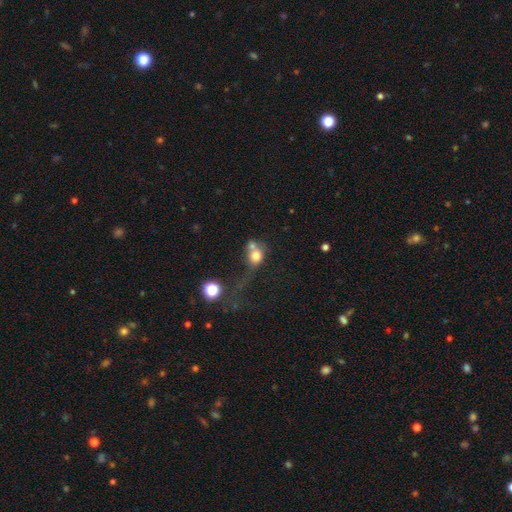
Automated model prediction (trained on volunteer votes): Smooth or featured? Predicted: smooth (p=0.71). How rounded? Predicted: round (p=0.69). Merging? Predicted: merger (p=0.51).